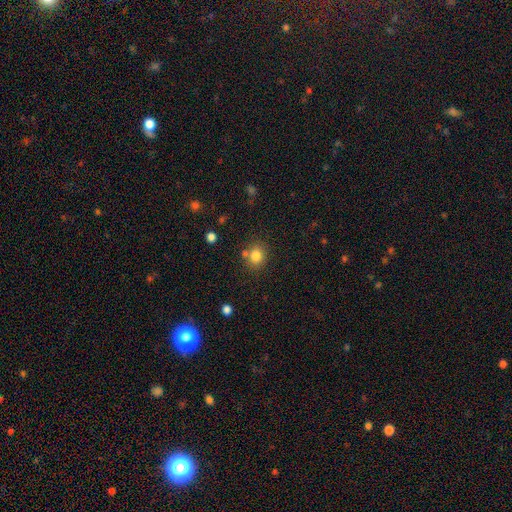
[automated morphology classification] This appears to be a smooth galaxy with no disk features (82%) that is round (73%). Merging: none (71%).